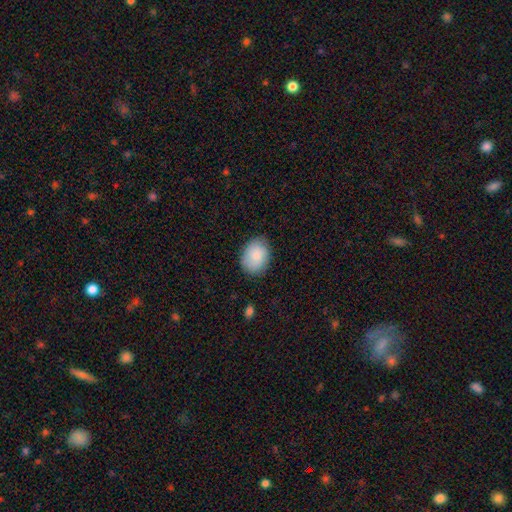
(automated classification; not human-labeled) smooth-or-featured: smooth: 84% | featured or disk: 10% | star or artifact: 6%
  how-rounded: in between: 66% | round: 33% | cigar-shaped: 1%
  merging: none: 81% | minor disturbance: 15% | major disturbance: 3% | merger: 1%